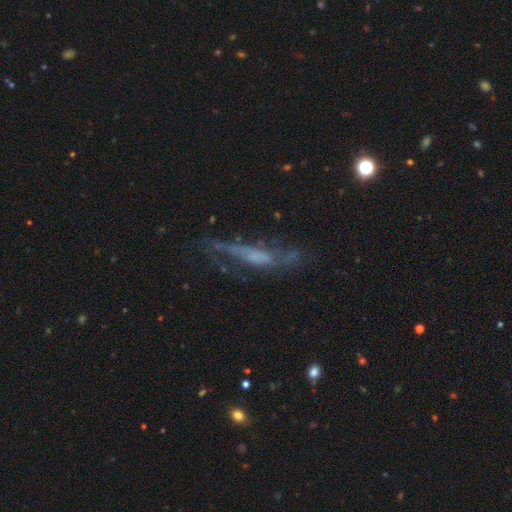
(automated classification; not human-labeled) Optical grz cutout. It shows a featured or disk galaxy (59%) viewed edge-on (52%). Merging: none (46%).